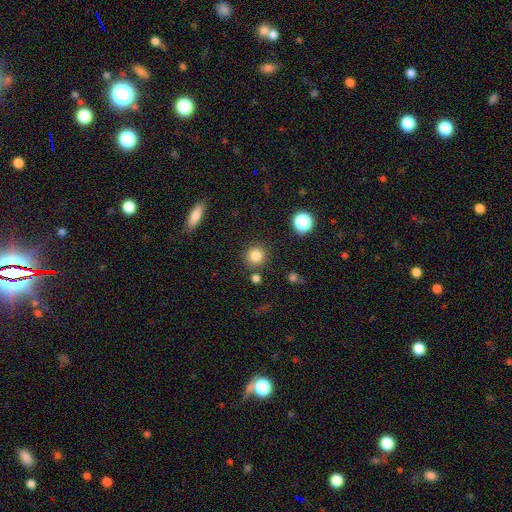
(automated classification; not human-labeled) Smooth or featured: smooth — 82% (star or artifact — 13%)
How rounded: round — 92% (in between — 7%)
Merging: none — 84% (minor disturbance — 8%)